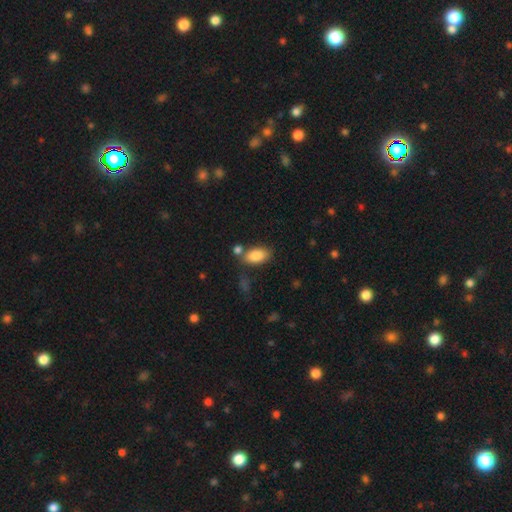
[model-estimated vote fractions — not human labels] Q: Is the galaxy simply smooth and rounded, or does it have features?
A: smooth — 86%.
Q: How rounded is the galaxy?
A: in between — 92%.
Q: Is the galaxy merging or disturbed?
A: none — 67%.